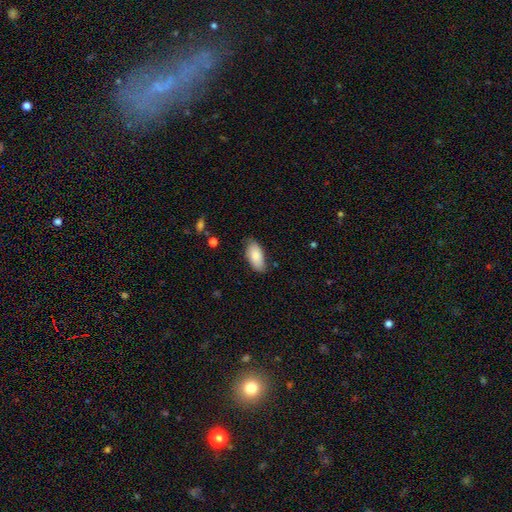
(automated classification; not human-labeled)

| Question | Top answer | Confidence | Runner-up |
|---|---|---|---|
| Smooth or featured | smooth | 84% | featured or disk (10%) |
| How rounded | in between | 92% | cigar-shaped (5%) |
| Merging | none | 75% | minor disturbance (20%) |